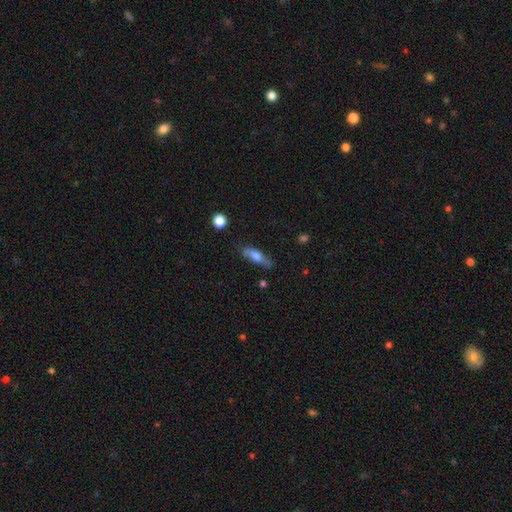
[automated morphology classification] The model was most divided on "how rounded": in between: 51%, cigar-shaped: 45%, round: 4%. More confident: smooth or featured — smooth (62%); merging — none (56%).